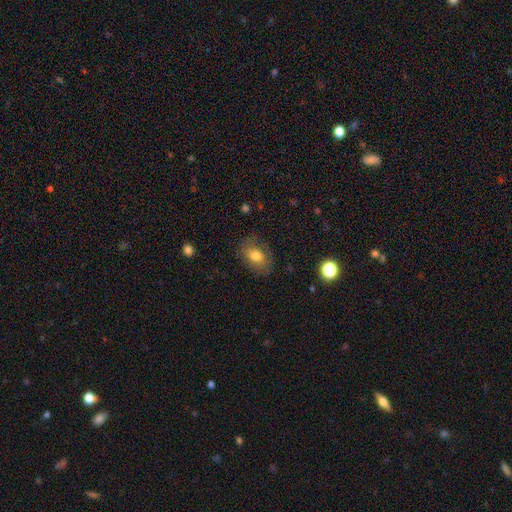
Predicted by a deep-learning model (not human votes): smooth_or_featured: smooth (p=0.71) [alt: featured or disk p=0.20]
how_rounded: in between (p=0.77) [alt: round p=0.21]
merging: none (p=0.77) [alt: minor disturbance p=0.16]